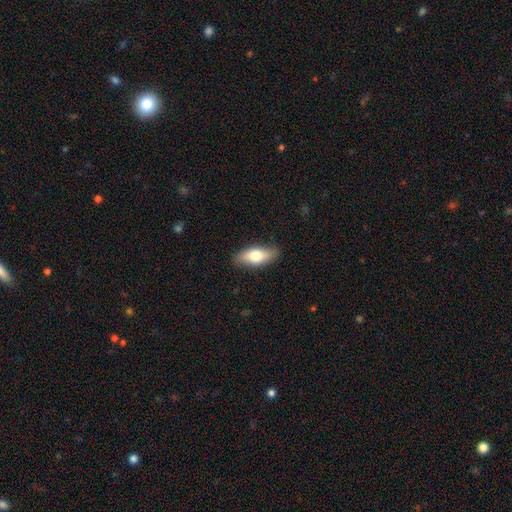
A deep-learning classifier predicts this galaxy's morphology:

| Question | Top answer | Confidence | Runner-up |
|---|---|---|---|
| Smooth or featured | smooth | 69% | featured or disk (25%) |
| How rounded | in between | 78% | cigar-shaped (19%) |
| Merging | none | 86% | minor disturbance (11%) |